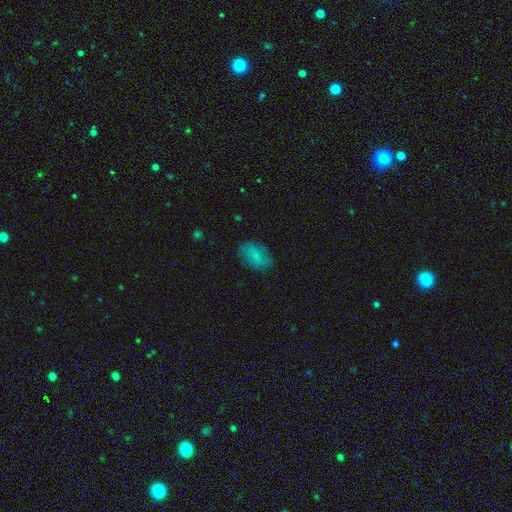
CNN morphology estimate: Smooth or featured?
  - smooth: 76% *
  - featured or disk: 16%
  - star or artifact: 8%
How rounded?
  - in between: 89% *
  - round: 10%
  - cigar-shaped: 2%
Merging?
  - none: 78% *
  - minor disturbance: 17%
  - major disturbance: 4%
  - merger: 1%